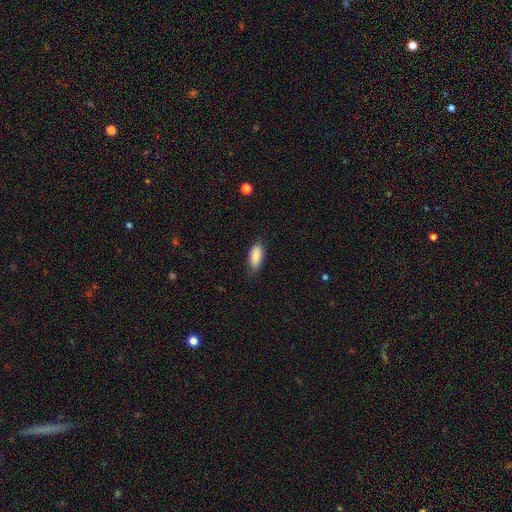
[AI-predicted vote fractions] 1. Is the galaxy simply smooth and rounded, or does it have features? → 87% smooth, 7% featured or disk, 6% star or artifact.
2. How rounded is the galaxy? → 84% in between, 14% cigar-shaped, 2% round.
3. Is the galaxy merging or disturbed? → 77% none, 18% minor disturbance, 3% major disturbance, 1% merger.